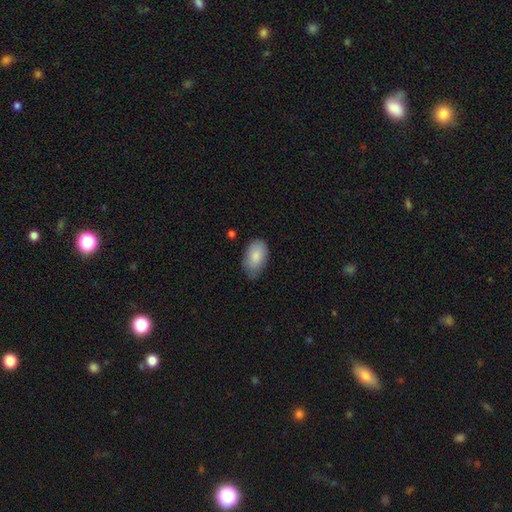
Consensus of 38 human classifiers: Volunteers were most divided on "merging": none: 82%, minor disturbance: 16%, major disturbance: 3%, merger: 0%. More confident: how rounded — in between (100%); smooth or featured — smooth (95%).